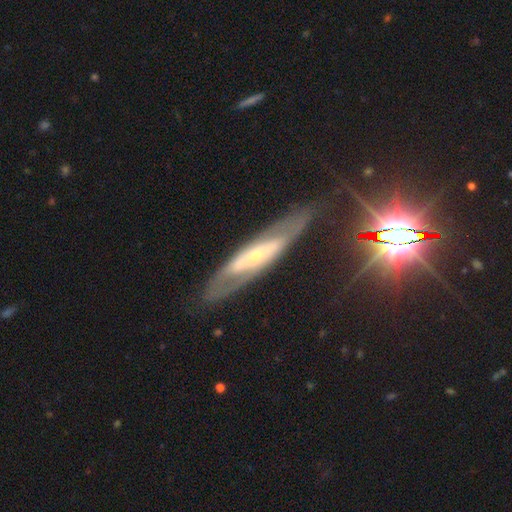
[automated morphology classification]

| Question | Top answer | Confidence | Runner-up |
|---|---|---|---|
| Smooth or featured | featured or disk | 72% | smooth (19%) |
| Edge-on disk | no | 62% | yes (38%) |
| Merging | none | 75% | minor disturbance (15%) |